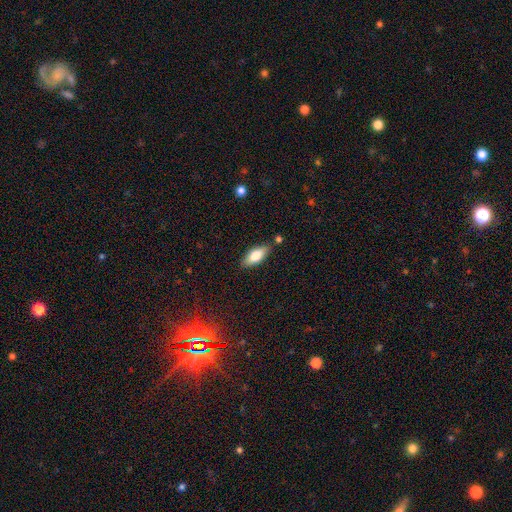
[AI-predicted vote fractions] Overall: smooth (74%). How rounded: in between (79%). Merging: none (81%).